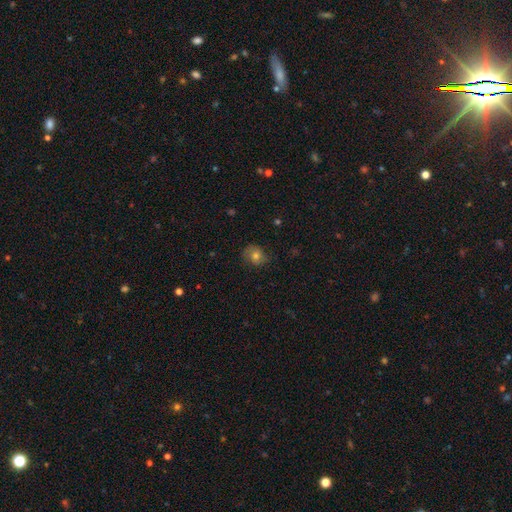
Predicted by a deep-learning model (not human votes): Smooth or featured?
  - smooth: 61% *
  - featured or disk: 28%
  - star or artifact: 11%
How rounded?
  - round: 70% *
  - in between: 29%
  - cigar-shaped: 1%
Merging?
  - none: 72% *
  - minor disturbance: 20%
  - major disturbance: 7%
  - merger: 1%